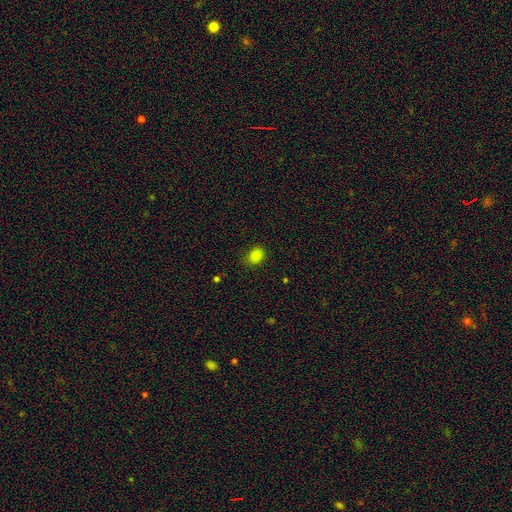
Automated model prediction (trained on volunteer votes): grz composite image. It shows a smooth galaxy with no disk features (84%) that is round (51%). Merging: none (81%).